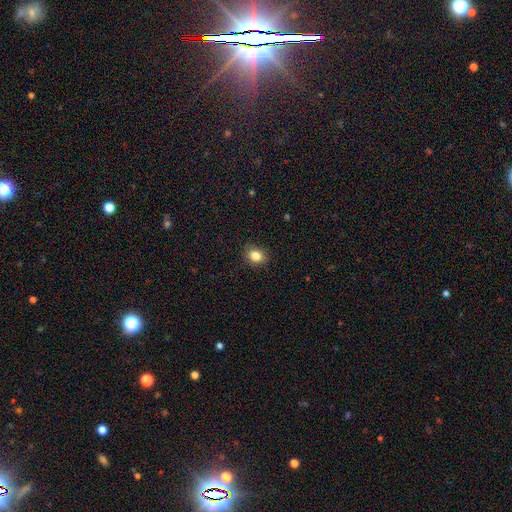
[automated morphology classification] smooth-or-featured: smooth: 84% | star or artifact: 10% | featured or disk: 6%
  how-rounded: in between: 52% | round: 47% | cigar-shaped: 1%
  merging: none: 87% | minor disturbance: 9% | major disturbance: 2% | merger: 1%